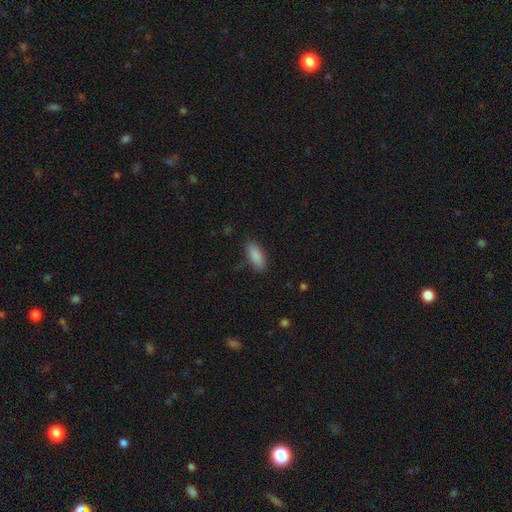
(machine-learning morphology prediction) Smooth or featured: smooth — 88% (star or artifact — 7%)
How rounded: in between — 80% (cigar-shaped — 18%)
Merging: none — 83% (minor disturbance — 12%)